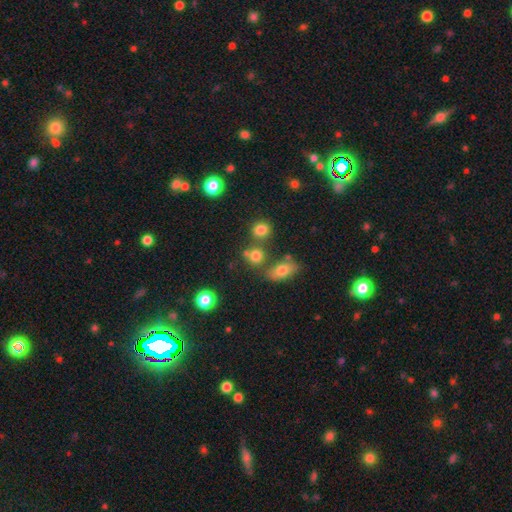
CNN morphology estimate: Smooth or featured?
  - smooth: 77% *
  - star or artifact: 15%
  - featured or disk: 9%
How rounded?
  - round: 76% *
  - in between: 22%
  - cigar-shaped: 2%
Merging?
  - none: 58% *
  - merger: 27%
  - minor disturbance: 11%
  - major disturbance: 5%